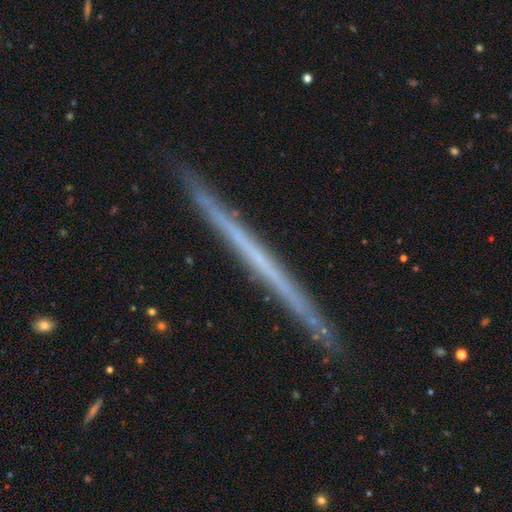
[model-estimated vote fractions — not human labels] A featured or disk galaxy (63%) viewed edge-on (97%) with no central bulge (94%). Merging: none (91%).